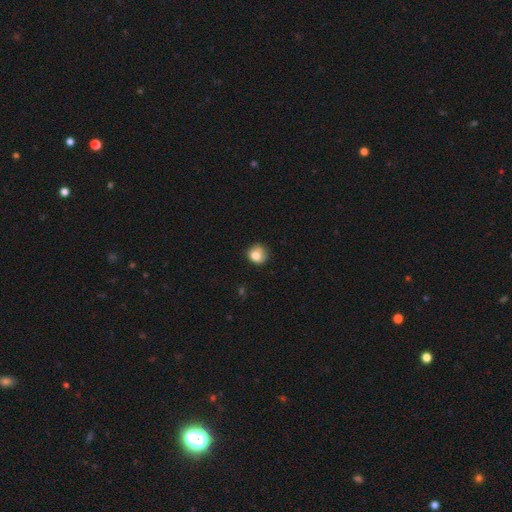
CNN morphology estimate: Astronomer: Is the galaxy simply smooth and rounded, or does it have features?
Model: smooth — 77%.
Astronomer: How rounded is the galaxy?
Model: round — 82%.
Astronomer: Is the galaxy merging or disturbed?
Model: none — 63%.